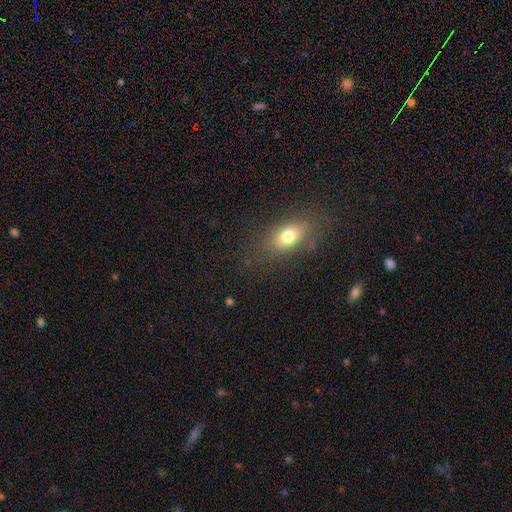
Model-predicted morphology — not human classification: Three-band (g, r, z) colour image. It shows a smooth galaxy with no disk features (68%) that is in between round and cigar-shaped (73%). Merging: none (84%).